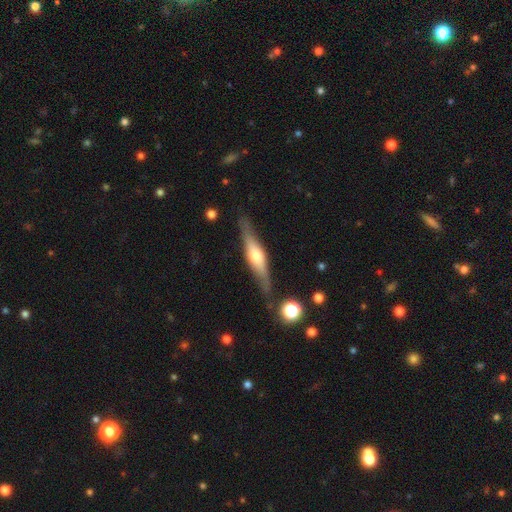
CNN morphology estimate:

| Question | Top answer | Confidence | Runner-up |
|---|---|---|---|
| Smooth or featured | featured or disk | 68% | smooth (27%) |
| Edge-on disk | yes | 94% | no (6%) |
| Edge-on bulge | rounded | 82% | boxy (14%) |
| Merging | none | 81% | minor disturbance (13%) |